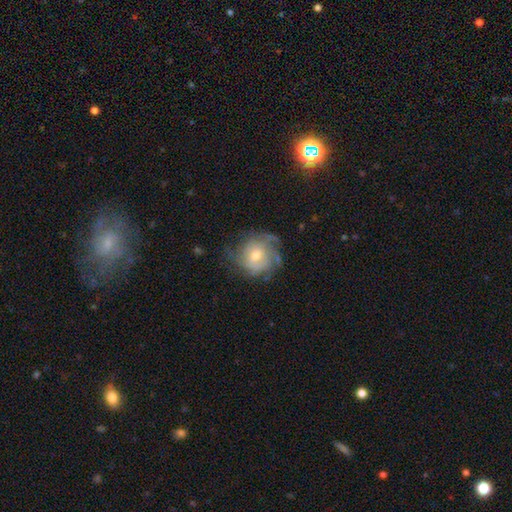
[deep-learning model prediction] Smooth or featured?
  - featured or disk: 67% *
  - smooth: 24%
  - star or artifact: 9%
Edge-on disk?
  - no: 97% *
  - yes: 3%
Bar?
  - no: 70% *
  - weak: 26%
  - strong: 4%
Spiral arms?
  - yes: 83% *
  - no: 17%
Spiral winding?
  - tight: 51% *
  - medium: 33%
  - loose: 16%
Spiral arm count?
  - can't tell: 48% *
  - 2: 16%
  - 3: 16%
  - 4: 9%
  - 1: 6%
  - more than 4: 5%
Bulge size?
  - moderate: 60% *
  - small: 33%
  - large: 4%
  - none: 1%
  - dominant: 1%
Merging?
  - none: 62% *
  - minor disturbance: 22%
  - major disturbance: 15%
  - merger: 2%